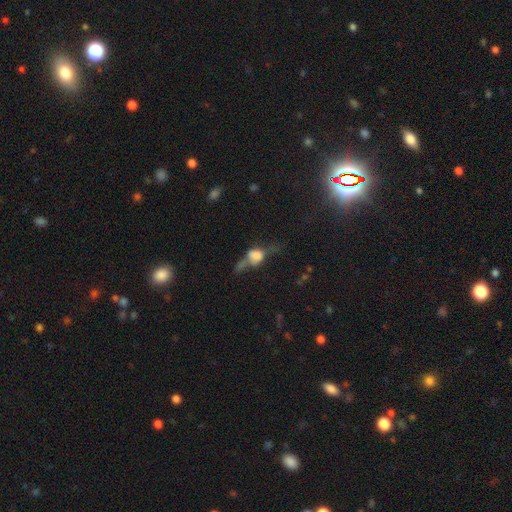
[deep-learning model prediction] smooth 47%, featured or disk 39%, star or artifact 14%. Down the decision tree: merging — major disturbance (34%).